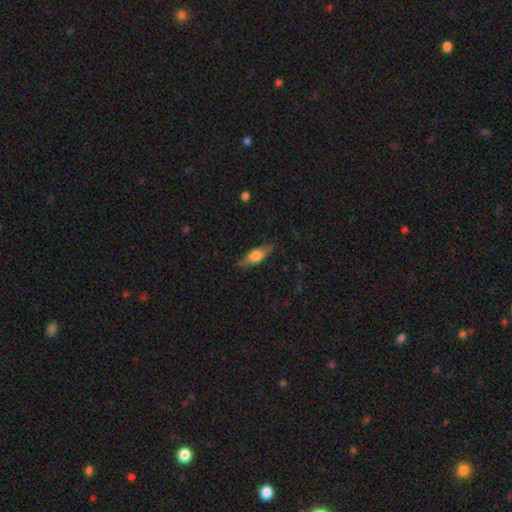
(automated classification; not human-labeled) This is likely a smooth galaxy (61%). How rounded: possibly in between (57%). Merging: clearly none (82%).